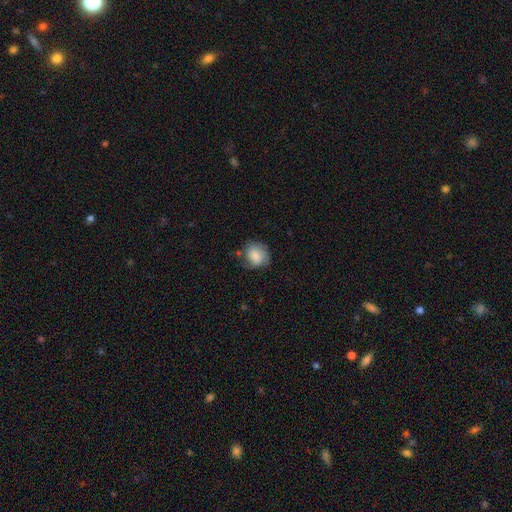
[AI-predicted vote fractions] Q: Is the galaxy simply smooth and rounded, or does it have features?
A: smooth — 75%.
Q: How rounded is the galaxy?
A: round — 70%.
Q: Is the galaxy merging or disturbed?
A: none — 59%.